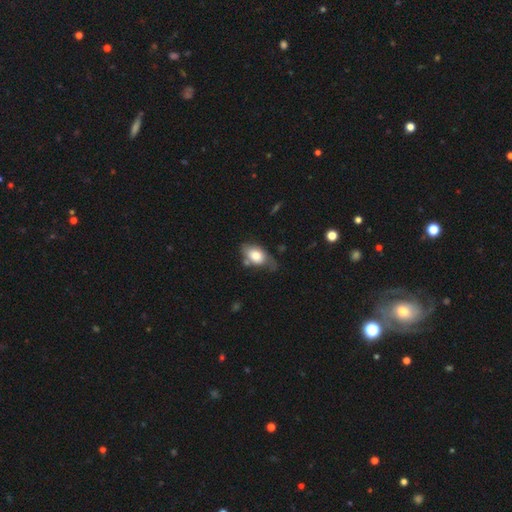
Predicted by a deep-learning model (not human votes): Q: Smooth or featured?
A: smooth (72%); runner-up: featured or disk (21%)
Q: How rounded?
A: in between (87%); runner-up: round (11%)
Q: Merging?
A: none (42%); runner-up: minor disturbance (35%)